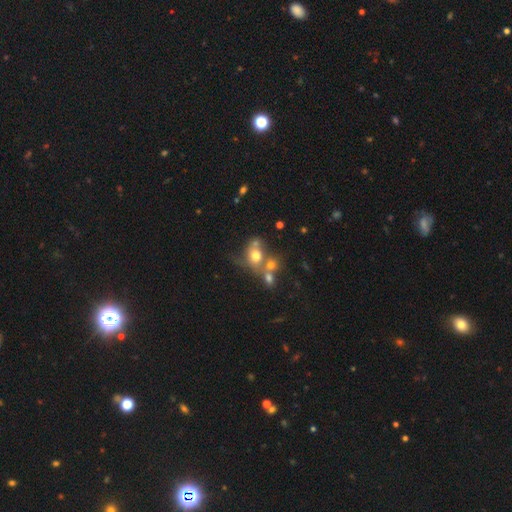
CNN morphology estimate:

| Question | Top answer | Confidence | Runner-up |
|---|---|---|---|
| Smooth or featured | smooth | 64% | featured or disk (22%) |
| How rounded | round | 63% | in between (35%) |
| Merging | merger | 46% | none (30%) |